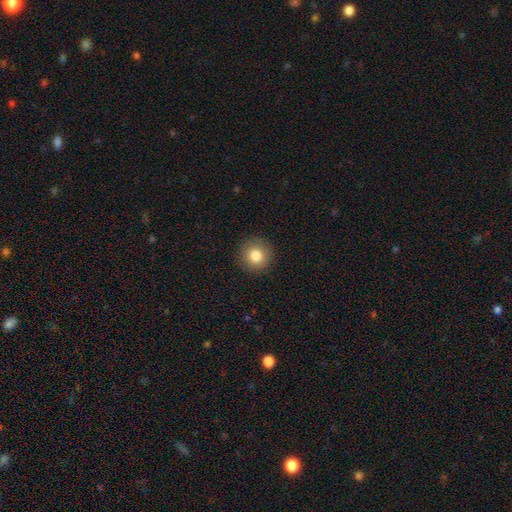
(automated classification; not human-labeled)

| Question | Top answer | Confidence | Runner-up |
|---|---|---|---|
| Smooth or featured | smooth | 81% | star or artifact (11%) |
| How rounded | round | 94% | in between (5%) |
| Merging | none | 92% | minor disturbance (6%) |